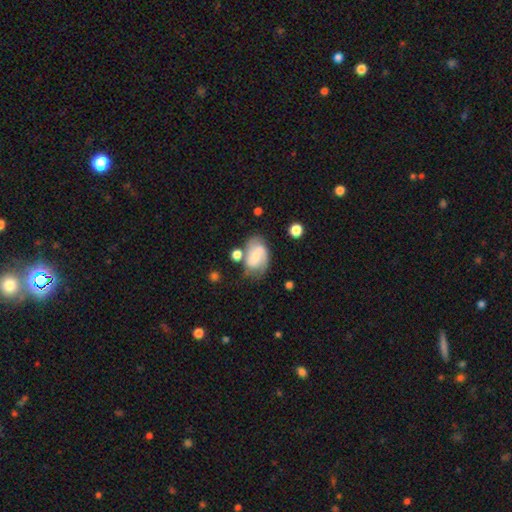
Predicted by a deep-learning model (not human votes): Q: Smooth or featured?
A: featured or disk (58%); runner-up: smooth (34%)
Q: Edge-on disk?
A: no (97%); runner-up: yes (3%)
Q: Bar?
A: no (43%); tied with: weak (43%)
Q: Spiral arms?
A: yes (88%); runner-up: no (12%)
Q: Bulge size?
A: small (55%); runner-up: moderate (24%)
Q: Merging?
A: none (57%); runner-up: minor disturbance (21%)